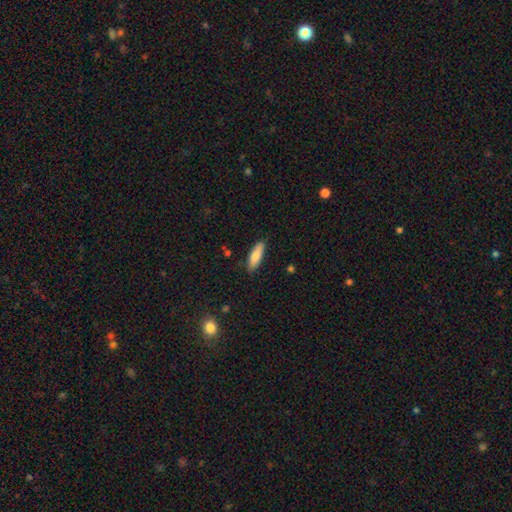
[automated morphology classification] Smooth or featured?
  - smooth: 82% *
  - featured or disk: 12%
  - star or artifact: 6%
How rounded?
  - cigar-shaped: 50% *
  - in between: 48%
  - round: 2%
Merging?
  - none: 84% *
  - minor disturbance: 12%
  - major disturbance: 2%
  - merger: 1%